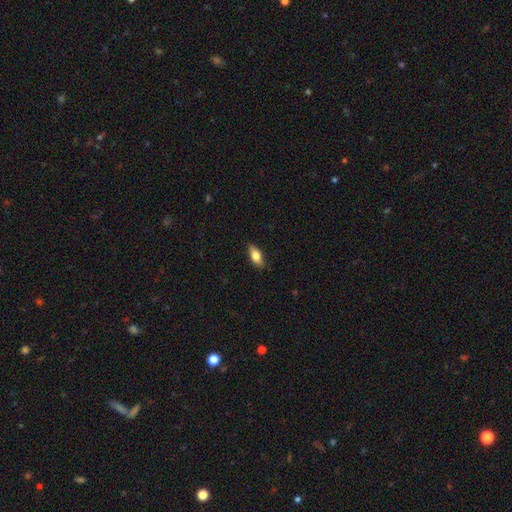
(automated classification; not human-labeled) A smooth galaxy with no disk features (78%) that is in between round and cigar-shaped (84%). Merging: none (86%).